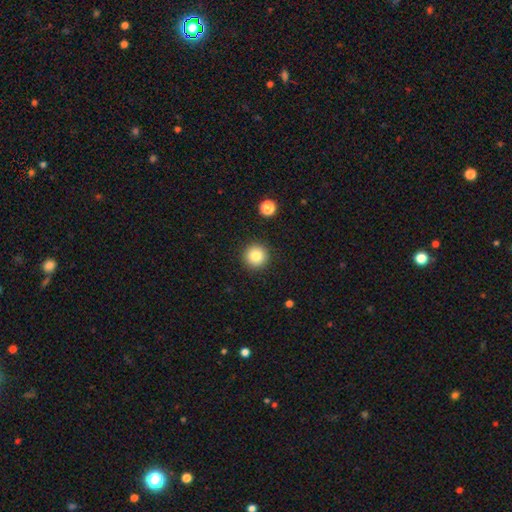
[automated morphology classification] type=smooth (82%); roundness=round (96%); merging=none (91%).